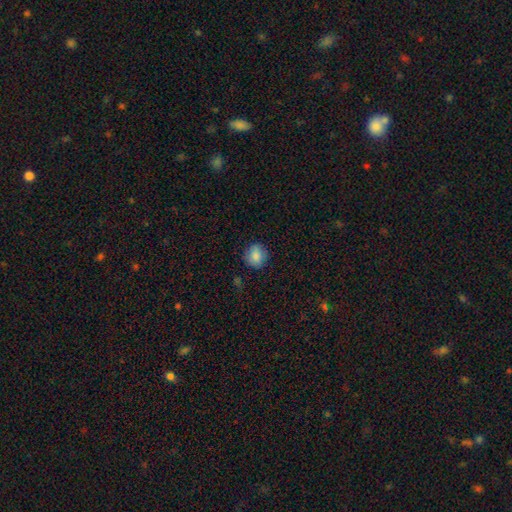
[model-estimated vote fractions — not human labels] Smooth or featured? Predicted: smooth (p=0.82). How rounded? Predicted: round (p=0.82). Merging? Predicted: none (p=0.83).